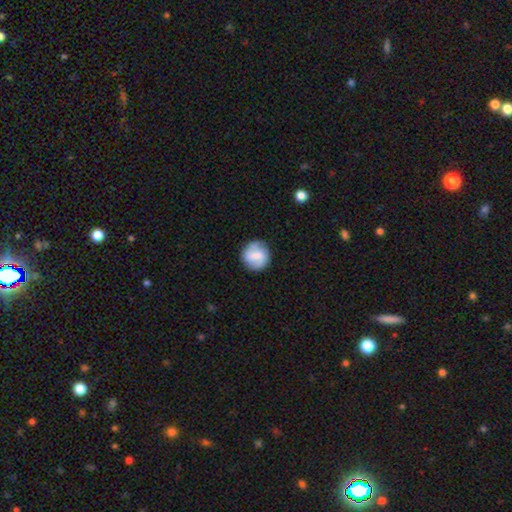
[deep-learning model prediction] Overall: smooth (57%; featured or disk 36%). How rounded: round (87%). Merging: none (76%).